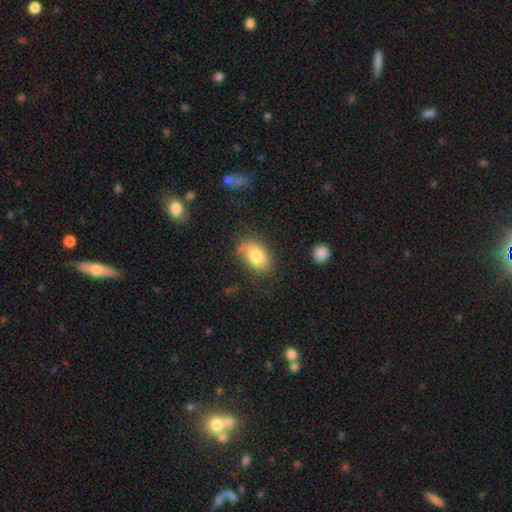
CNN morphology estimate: Smooth or featured?
  - smooth: 78% *
  - featured or disk: 14%
  - star or artifact: 8%
How rounded?
  - in between: 89% *
  - round: 10%
  - cigar-shaped: 1%
Merging?
  - none: 72% *
  - minor disturbance: 20%
  - major disturbance: 6%
  - merger: 2%